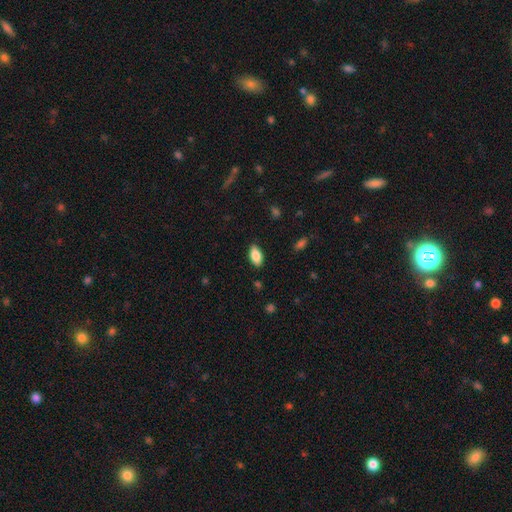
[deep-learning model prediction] Overall: smooth (84%). How rounded: in between (90%). Merging: none (86%).